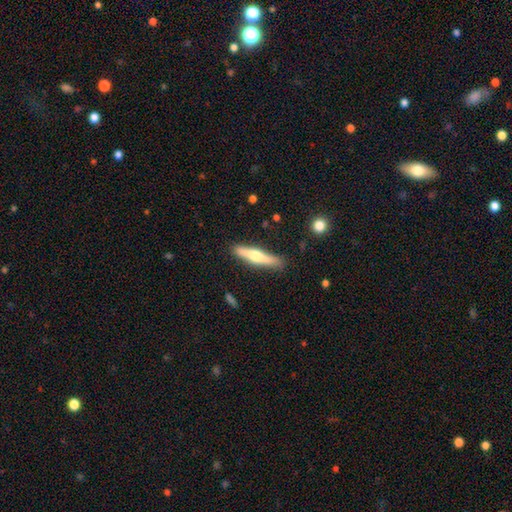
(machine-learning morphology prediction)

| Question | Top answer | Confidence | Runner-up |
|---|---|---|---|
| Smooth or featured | featured or disk | 54% | smooth (41%) |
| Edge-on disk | yes | 95% | no (5%) |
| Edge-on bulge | rounded | 89% | none (6%) |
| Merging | none | 87% | minor disturbance (10%) |